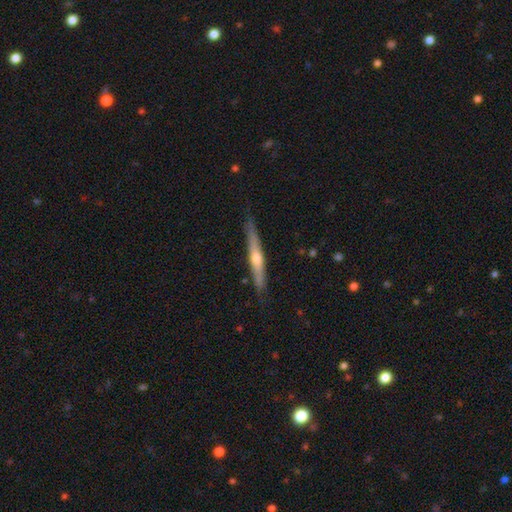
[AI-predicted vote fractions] Morphology: type=featured or disk (64%); edge-on=yes (96%); edge-on bulge=rounded (79%); merging=none (85%).